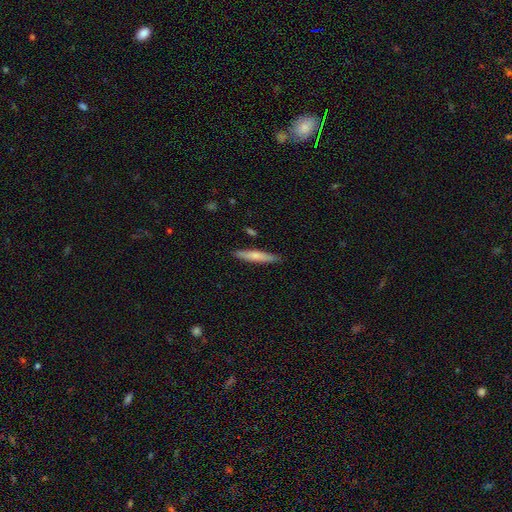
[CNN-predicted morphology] Smooth or featured?
  - smooth: 68% *
  - featured or disk: 27%
  - star or artifact: 6%
How rounded?
  - cigar-shaped: 90% *
  - in between: 9%
  - round: 1%
Merging?
  - none: 87% *
  - minor disturbance: 10%
  - merger: 2%
  - major disturbance: 2%